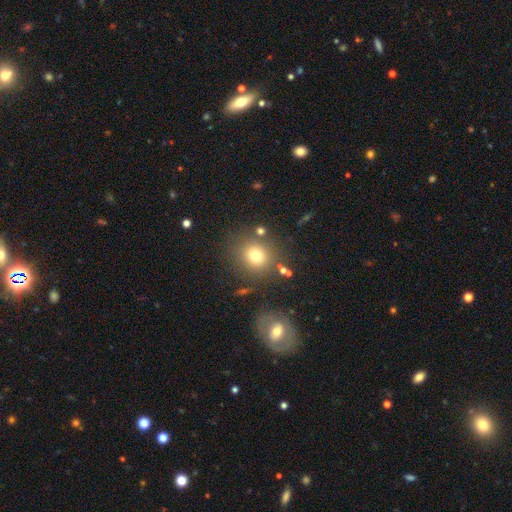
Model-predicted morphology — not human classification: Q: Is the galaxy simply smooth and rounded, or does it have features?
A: smooth — 74%.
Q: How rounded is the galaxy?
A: round — 86%.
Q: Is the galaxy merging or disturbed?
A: none — 79%.